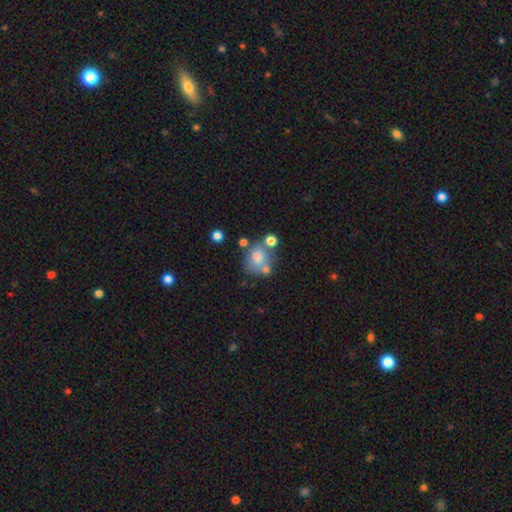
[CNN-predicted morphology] Smooth or featured? smooth (65%)
How rounded? round (65%)
Merging? none (44%)